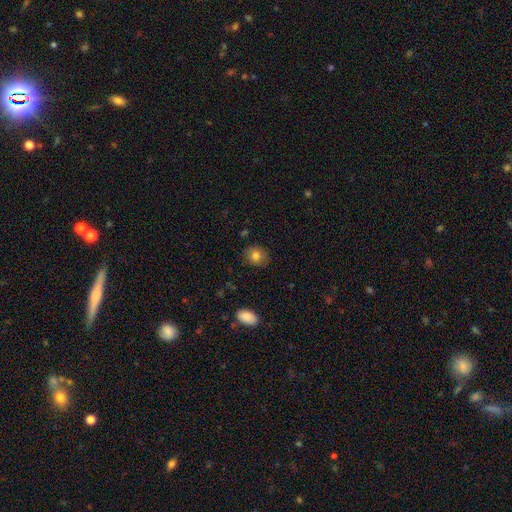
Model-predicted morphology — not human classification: Q: Smooth or featured?
A: smooth (81%); runner-up: star or artifact (11%)
Q: How rounded?
A: round (71%); runner-up: in between (28%)
Q: Merging?
A: none (85%); runner-up: minor disturbance (11%)